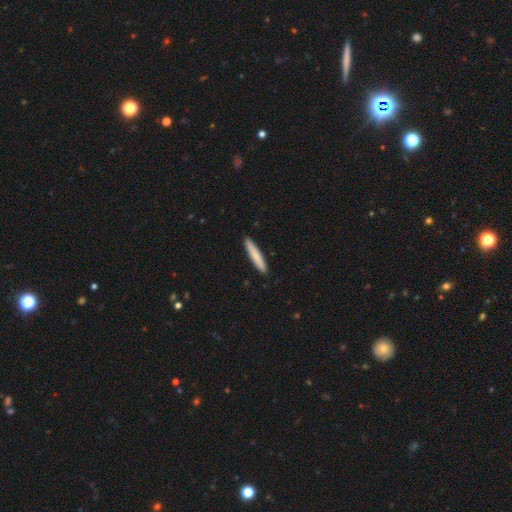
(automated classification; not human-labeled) A smooth galaxy with no disk features (81%) that is cigar-shaped (93%).

Vote fractions:
- Smooth or featured? smooth: 81% / featured or disk: 14% / star or artifact: 5%
- How rounded? cigar-shaped: 93% / in between: 6% / round: 1%
- Merging? none: 91% / minor disturbance: 6% / major disturbance: 1% / merger: 1%